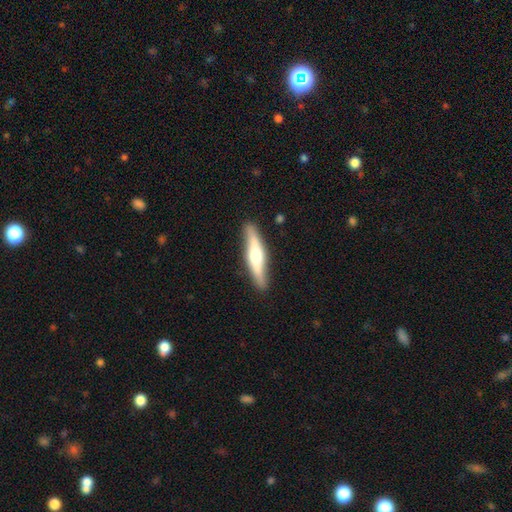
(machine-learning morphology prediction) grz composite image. It shows a featured or disk galaxy (54%) viewed edge-on (89%). Merging: none (87%).